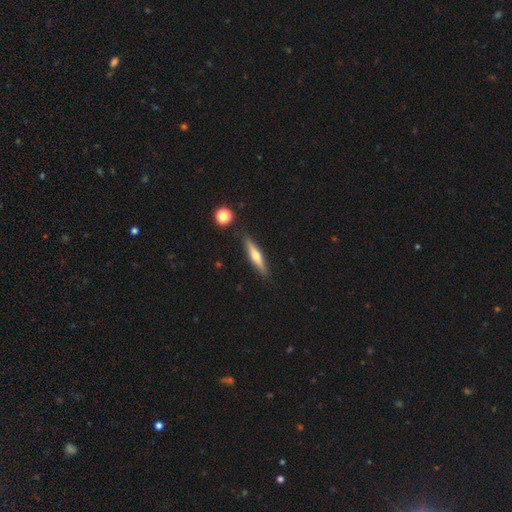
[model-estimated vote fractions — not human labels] Overall: featured or disk (50%; smooth 44%). Edge-on disk: yes (94%). Merging: none (88%).